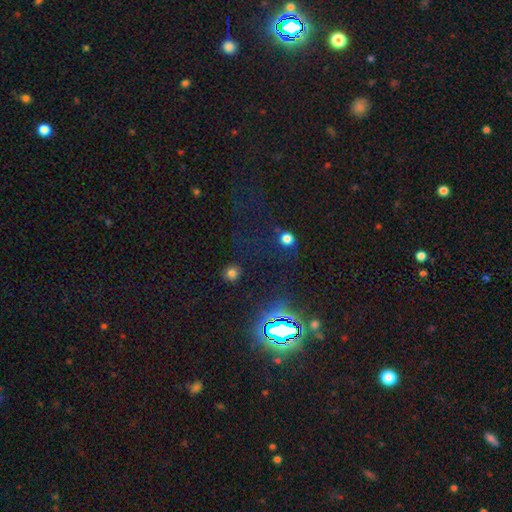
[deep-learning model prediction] Smooth or featured?
  - star or artifact: 73% *
  - smooth: 19%
  - featured or disk: 8%